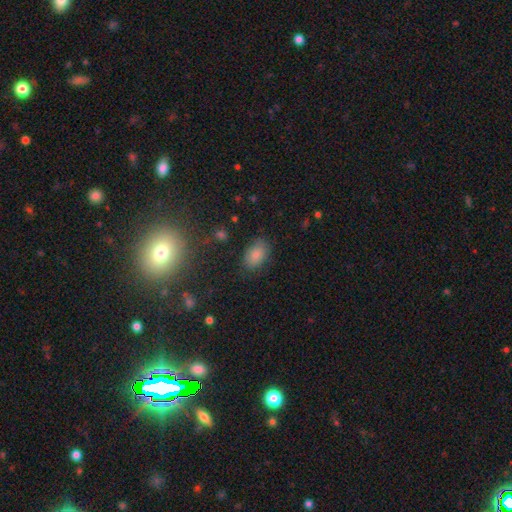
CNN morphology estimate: Smooth or featured? Predicted: smooth (p=0.83). How rounded? Predicted: in between (p=0.89). Merging? Predicted: none (p=0.81).